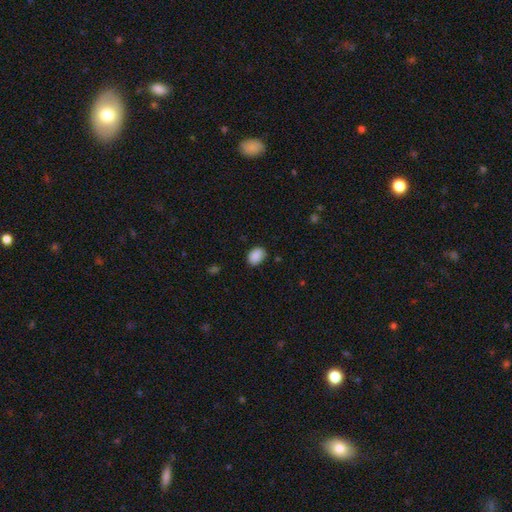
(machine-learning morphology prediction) Smooth or featured? Predicted: smooth (p=0.90). How rounded? Predicted: in between (p=0.75). Merging? Predicted: none (p=0.84).